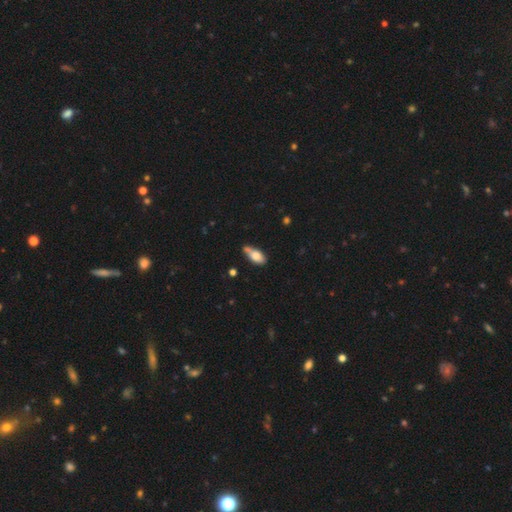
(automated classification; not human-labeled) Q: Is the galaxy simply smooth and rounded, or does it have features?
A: smooth — 72%.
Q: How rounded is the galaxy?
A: in between — 83%.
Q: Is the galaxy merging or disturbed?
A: none — 46%.